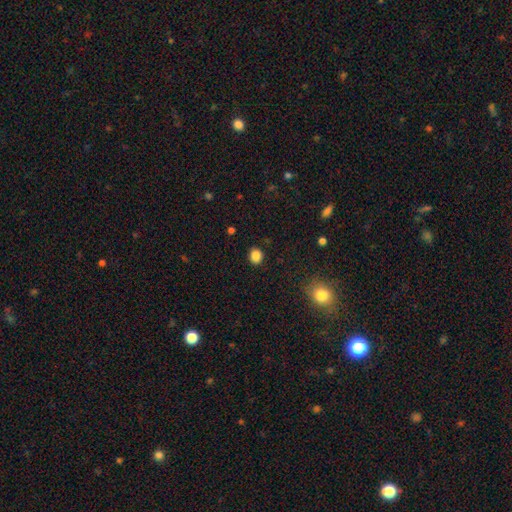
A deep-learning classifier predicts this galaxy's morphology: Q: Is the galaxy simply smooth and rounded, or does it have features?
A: smooth — 86%.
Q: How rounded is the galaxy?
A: round — 63%.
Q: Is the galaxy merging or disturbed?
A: none — 89%.